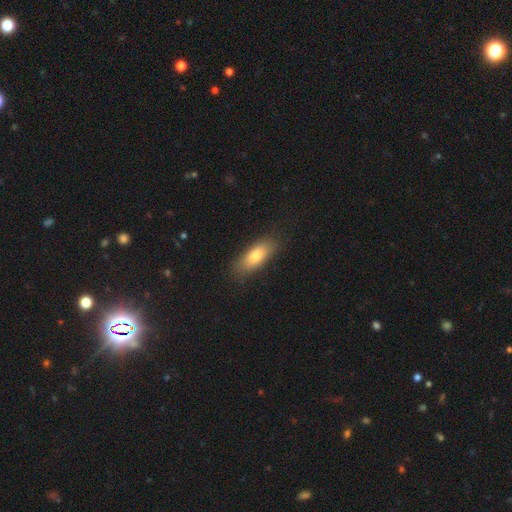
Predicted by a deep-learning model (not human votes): Smooth or featured? Predicted: smooth (p=0.77). How rounded? Predicted: in between (p=0.70). Merging? Predicted: none (p=0.82).